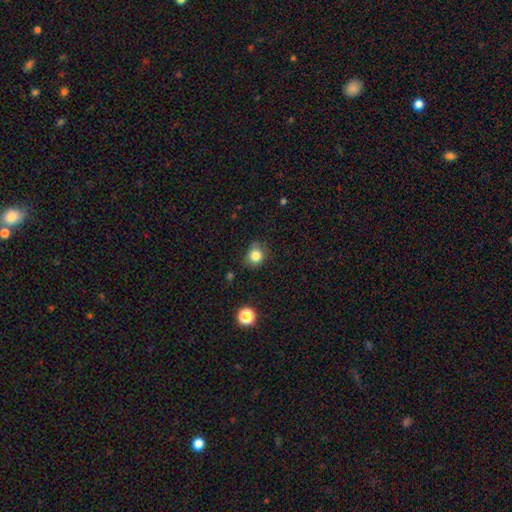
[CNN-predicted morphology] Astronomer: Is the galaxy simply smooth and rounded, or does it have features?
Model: smooth — 83%.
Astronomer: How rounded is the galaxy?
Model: round — 79%.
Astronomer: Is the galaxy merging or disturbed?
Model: none — 72%.